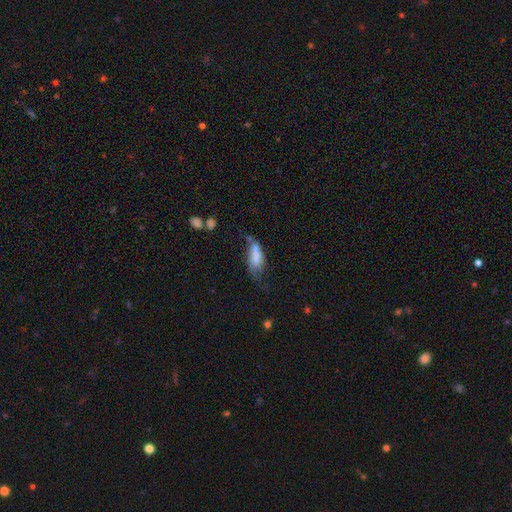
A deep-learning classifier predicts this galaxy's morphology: smooth_or_featured: smooth (p=0.71) [alt: featured or disk p=0.20]
how_rounded: in between (p=0.75) [alt: cigar-shaped p=0.22]
merging: major disturbance (p=0.32) [tied with: minor disturbance p=0.32]